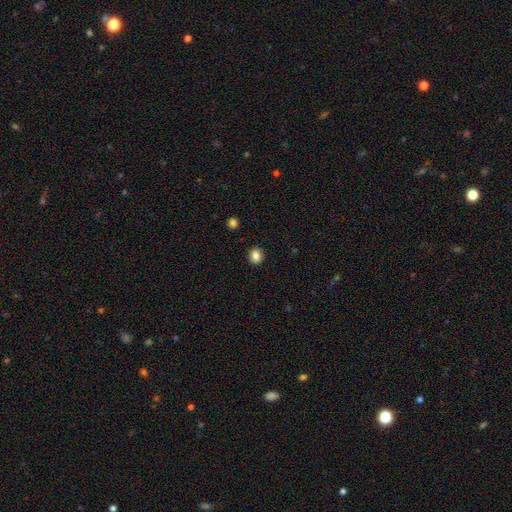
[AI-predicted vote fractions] A smooth galaxy with no disk features (85%) that is round (61%).

Vote fractions:
- Smooth or featured? smooth: 85% / star or artifact: 10% / featured or disk: 5%
- How rounded? round: 61% / in between: 38% / cigar-shaped: 1%
- Merging? none: 90% / minor disturbance: 7% / major disturbance: 2% / merger: 1%